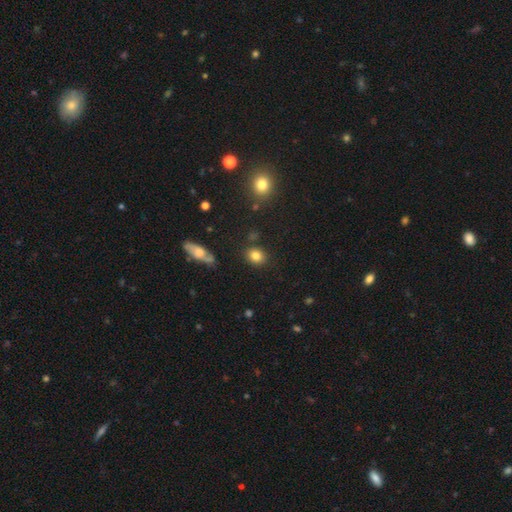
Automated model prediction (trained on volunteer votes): Smooth or featured? smooth (82%)
How rounded? round (63%)
Merging? none (85%)